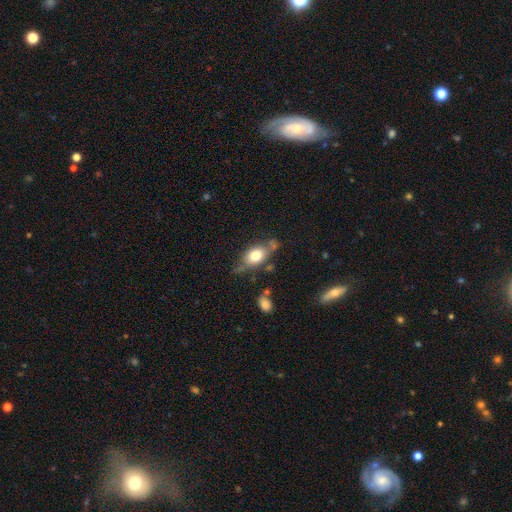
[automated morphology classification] smooth_or_featured: smooth (p=0.68) [alt: featured or disk p=0.24]
how_rounded: in between (p=0.79) [alt: round p=0.13]
merging: none (p=0.54) [alt: minor disturbance p=0.27]